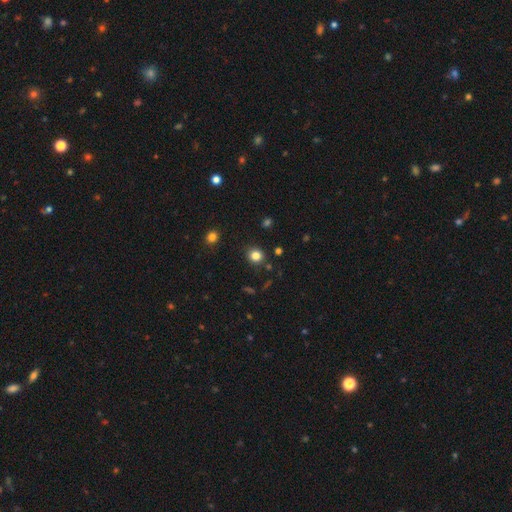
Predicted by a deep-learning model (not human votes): This appears to be a smooth galaxy with no disk features (82%) that is round (84%). Merging: none (87%).